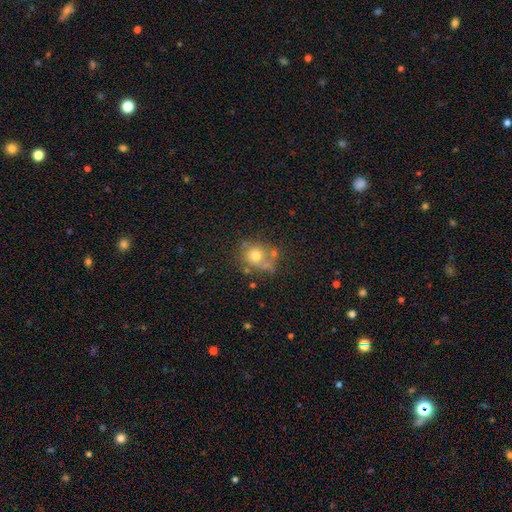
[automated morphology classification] Overall: smooth (66%). How rounded: round (76%). Merging: none (48%; minor disturbance 20%).